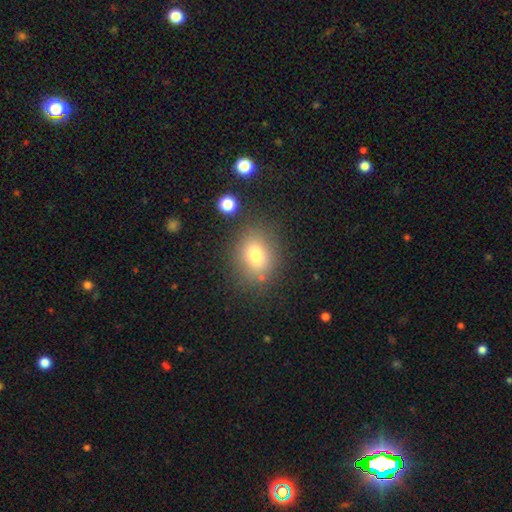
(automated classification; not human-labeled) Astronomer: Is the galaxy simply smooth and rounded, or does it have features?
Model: smooth — 75%.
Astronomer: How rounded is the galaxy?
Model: round — 59% (runner-up: in between, 40%).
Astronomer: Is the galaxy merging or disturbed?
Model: none — 78%.